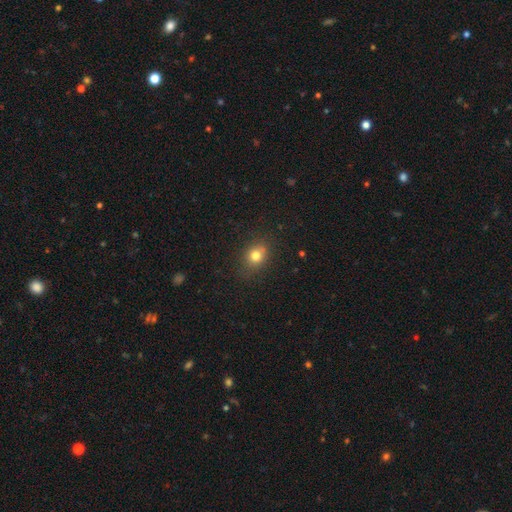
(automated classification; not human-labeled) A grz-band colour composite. It shows a smooth galaxy with no disk features (78%) that is round (61%). Merging: none (78%).